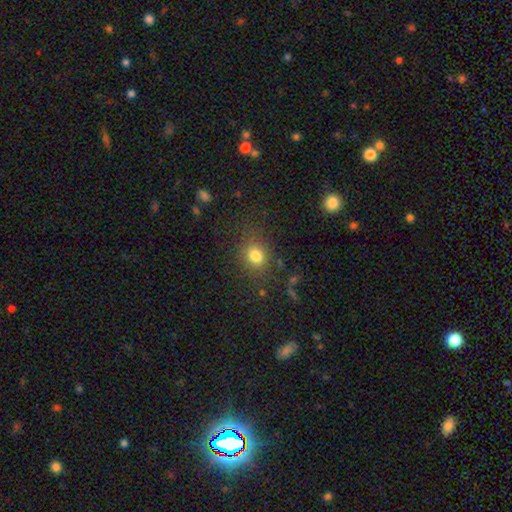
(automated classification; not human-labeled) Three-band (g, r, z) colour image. It shows a smooth galaxy with no disk features (79%) that is round (60%). Merging: none (78%).